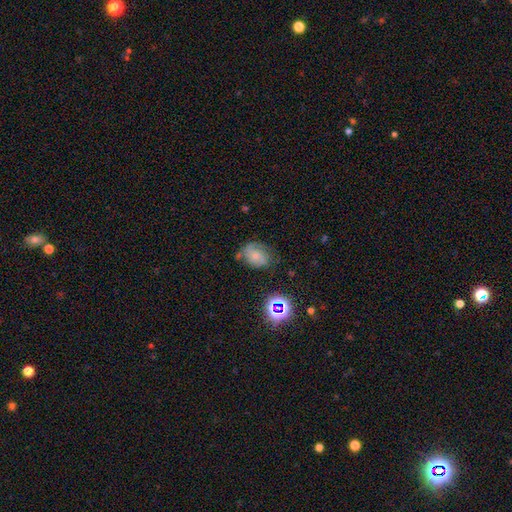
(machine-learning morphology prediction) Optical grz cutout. It shows a featured or disk galaxy (47%). Merging: none (52%).